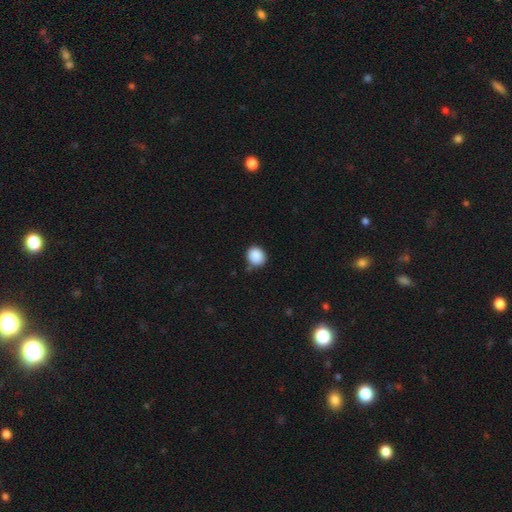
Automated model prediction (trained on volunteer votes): Morphology: type=smooth (89%); roundness=round (75%); merging=none (79%).